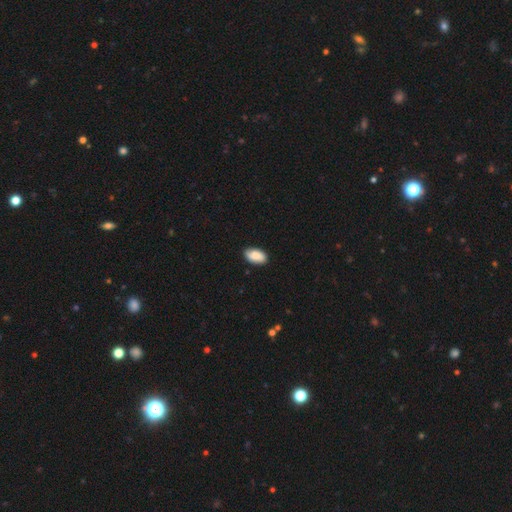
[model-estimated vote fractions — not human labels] A smooth galaxy with no disk features (82%) that is in between round and cigar-shaped (94%). Merging: none (85%).